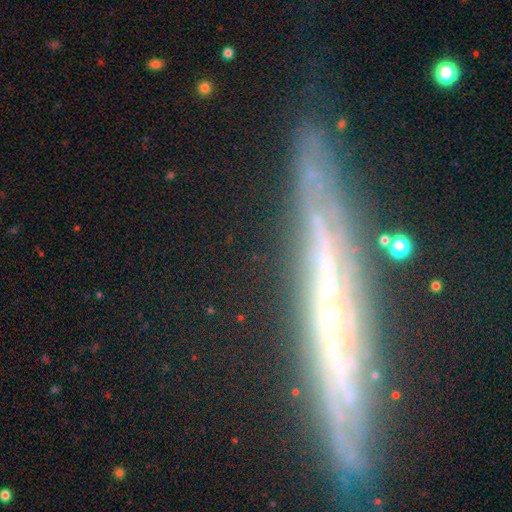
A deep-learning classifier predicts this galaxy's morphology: This is likely a featured or disk galaxy (67%). It is clearly viewed edge-on (84%). Edge-on bulge: likely none (71%). Merging: clearly none (81%).